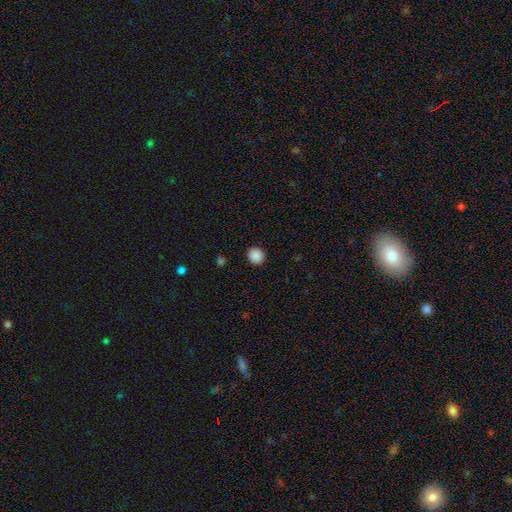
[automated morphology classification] smooth 89%, star or artifact 9%, featured or disk 2%. Down the decision tree: how rounded — round (83%); merging — none (91%).